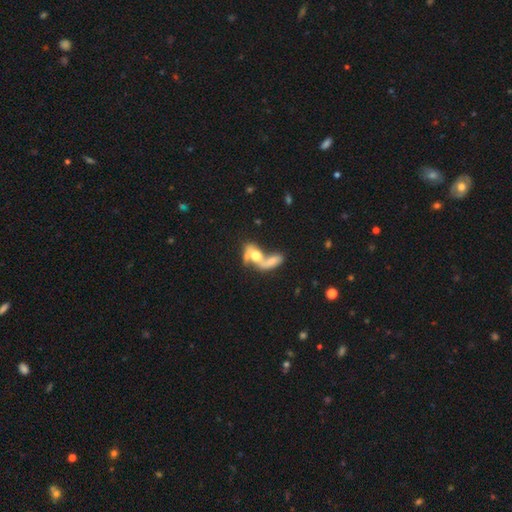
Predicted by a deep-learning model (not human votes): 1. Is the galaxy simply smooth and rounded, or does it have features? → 47% featured or disk, 44% smooth, 9% star or artifact.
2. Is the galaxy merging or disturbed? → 74% merger, 11% none, 10% major disturbance, 5% minor disturbance.